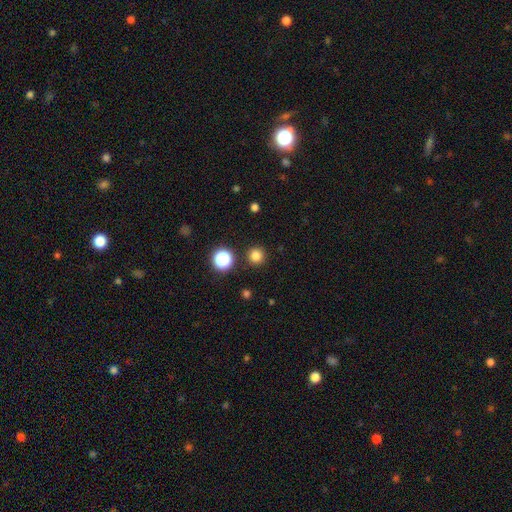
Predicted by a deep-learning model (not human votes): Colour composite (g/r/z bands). It shows a smooth galaxy with no disk features (80%) that is round (95%). Merging: none (91%).